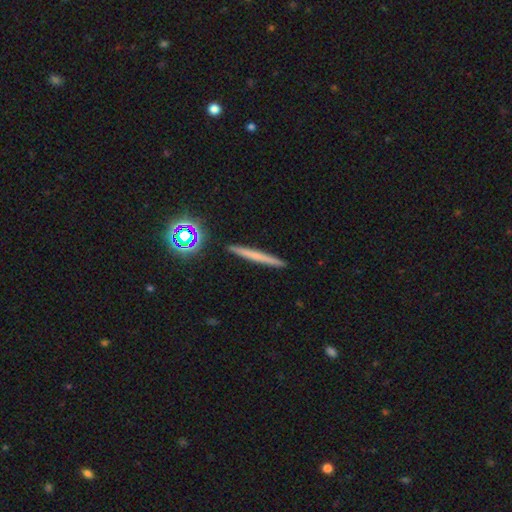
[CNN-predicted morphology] Smooth or featured: smooth — 55% (featured or disk — 35%)
How rounded: cigar-shaped — 95% (in between — 3%)
Merging: none — 92% (minor disturbance — 5%)